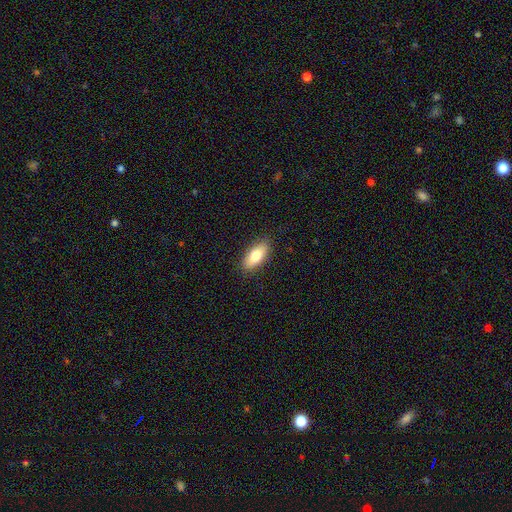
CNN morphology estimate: A smooth galaxy with no disk features (79%) that is in between round and cigar-shaped (83%). Merging: none (88%).